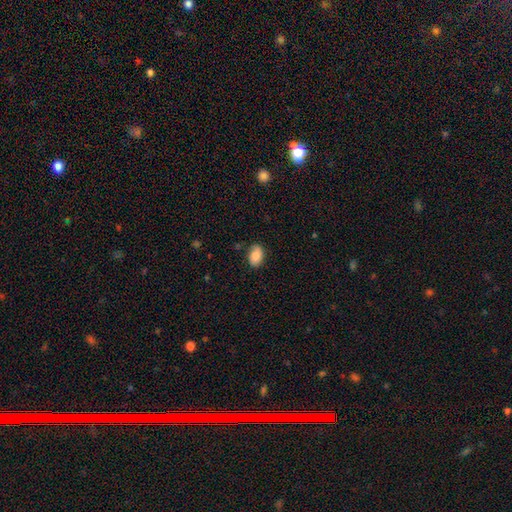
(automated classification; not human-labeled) The model was most divided on "merging": none: 78%, minor disturbance: 17%, major disturbance: 3%, merger: 2%. More confident: how rounded — in between (88%); smooth or featured — smooth (84%).